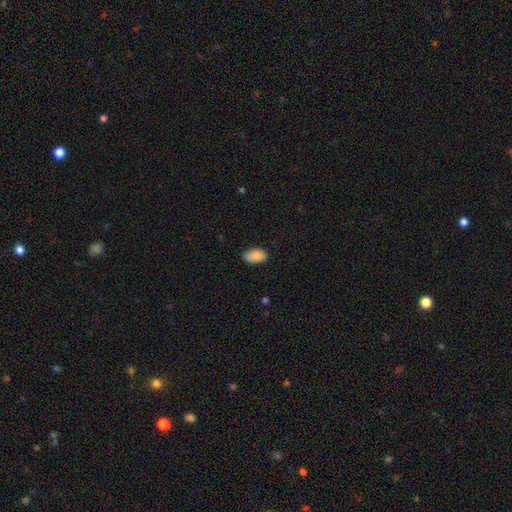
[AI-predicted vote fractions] Overall: smooth (87%). How rounded: in between (94%). Merging: none (83%).